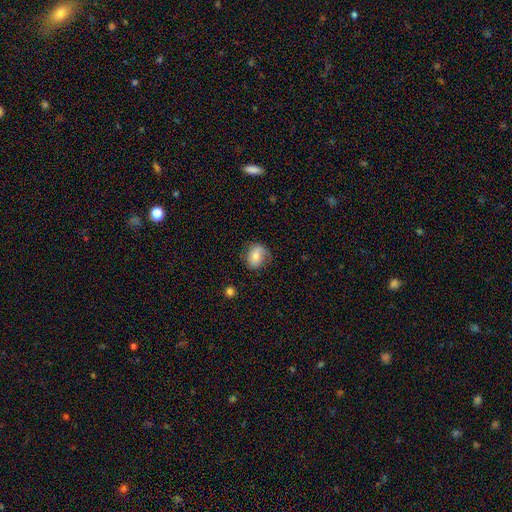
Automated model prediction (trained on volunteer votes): This appears to be a smooth galaxy with no disk features (65%) that is in between round and cigar-shaped (57%). Merging: none (61%).